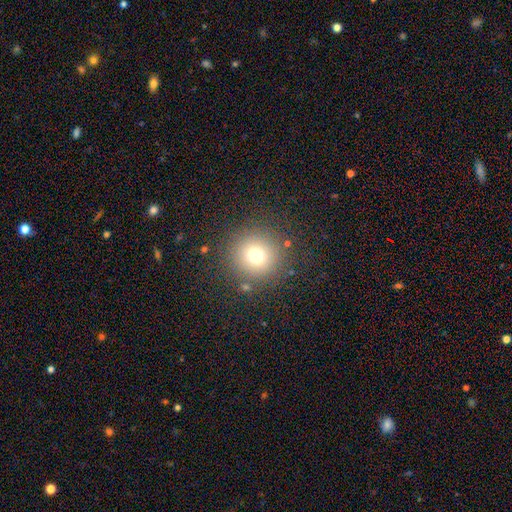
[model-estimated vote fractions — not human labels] smooth_or_featured: smooth (p=0.73) [alt: star or artifact p=0.17]
how_rounded: round (p=0.95) [alt: in between p=0.04]
merging: none (p=0.86) [alt: minor disturbance p=0.07]